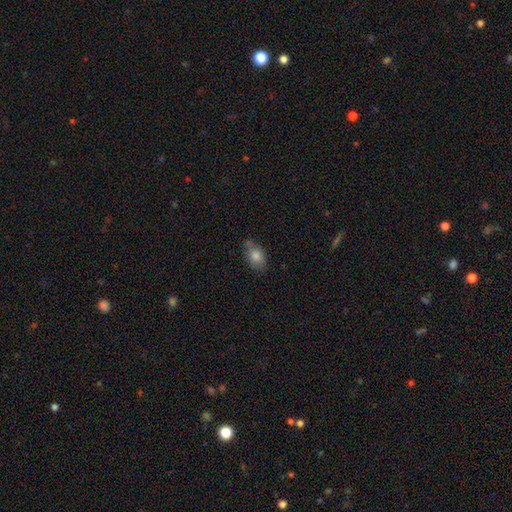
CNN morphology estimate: smooth-or-featured: smooth: 80% | featured or disk: 11% | star or artifact: 9%
  how-rounded: in between: 85% | round: 13% | cigar-shaped: 2%
  merging: none: 68% | minor disturbance: 21% | merger: 7% | major disturbance: 4%